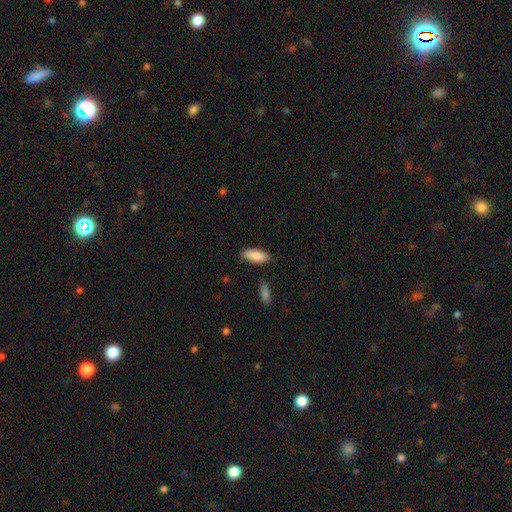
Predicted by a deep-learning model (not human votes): Smooth or featured? smooth (89%)
How rounded? in between (80%)
Merging? none (85%)